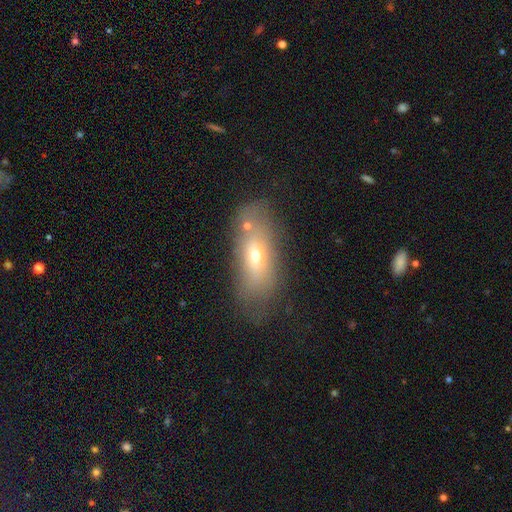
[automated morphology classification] smooth_or_featured: smooth (p=0.53) [alt: featured or disk p=0.34]
how_rounded: in between (p=0.69) [alt: cigar-shaped p=0.26]
merging: none (p=0.65) [alt: minor disturbance p=0.18]